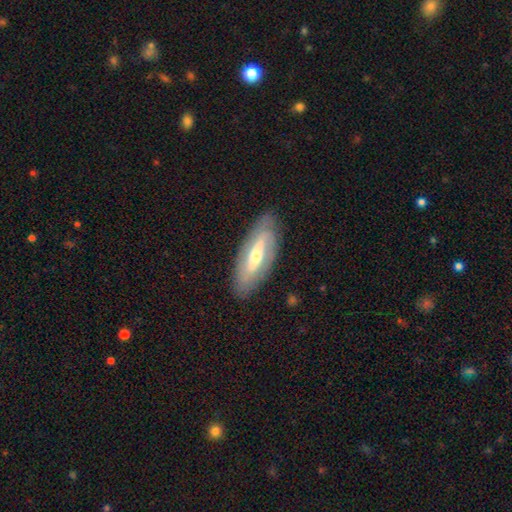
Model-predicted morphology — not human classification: This appears to be a featured or disk galaxy (63%). Merging: none (83%).